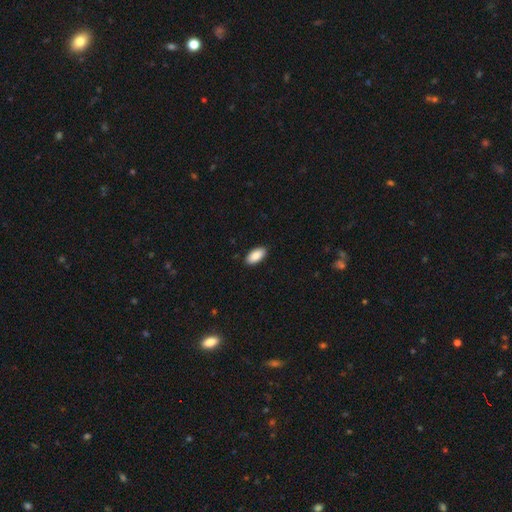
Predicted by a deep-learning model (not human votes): Overall: smooth (89%). How rounded: in between (94%). Merging: none (90%).